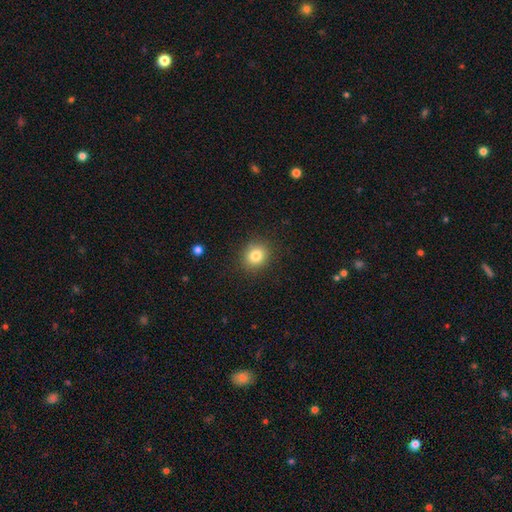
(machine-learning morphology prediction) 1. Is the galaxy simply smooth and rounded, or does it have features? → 82% smooth, 11% star or artifact, 7% featured or disk.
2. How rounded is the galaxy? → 75% round, 24% in between, 1% cigar-shaped.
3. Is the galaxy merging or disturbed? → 89% none, 8% minor disturbance, 2% major disturbance, 1% merger.